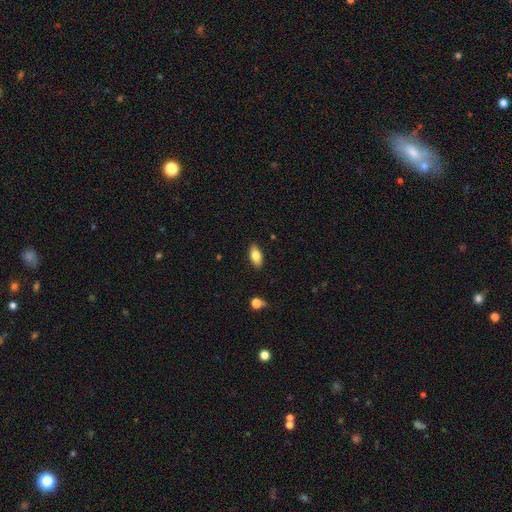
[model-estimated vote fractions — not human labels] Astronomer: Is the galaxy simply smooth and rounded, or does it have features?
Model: smooth — 80%.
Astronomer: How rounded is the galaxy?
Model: in between — 89%.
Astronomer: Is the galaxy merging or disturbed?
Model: none — 88%.